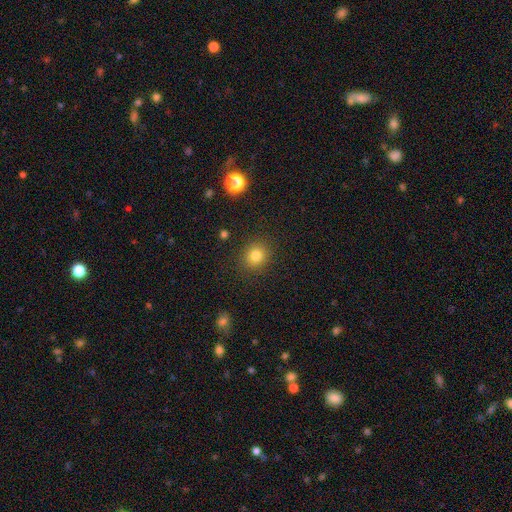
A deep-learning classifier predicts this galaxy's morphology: type=smooth (81%); roundness=round (80%); merging=none (88%).